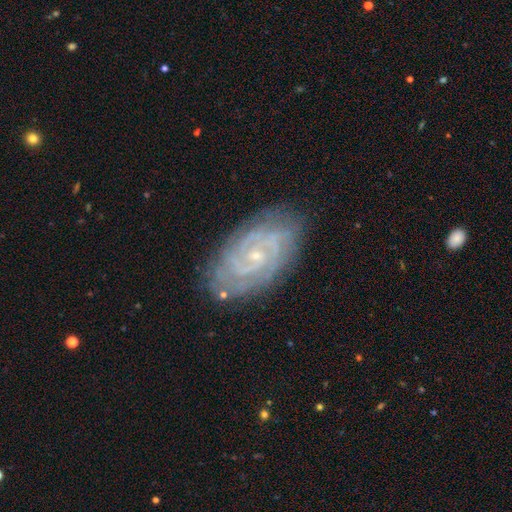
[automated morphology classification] type=featured or disk (88%); edge-on=no (97%); bar=no (63%); spiral arms=yes (98%); winding=tight (72%); arm count=2 (48%); bulge=small (78%); merging=none (81%).